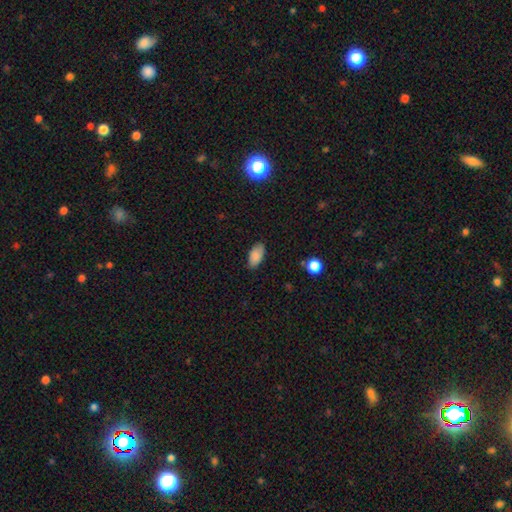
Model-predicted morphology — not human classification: A smooth galaxy with no disk features (87%) that is in between round and cigar-shaped (94%).

Vote fractions:
- Smooth or featured? smooth: 87% / star or artifact: 8% / featured or disk: 6%
- How rounded? in between: 94% / cigar-shaped: 3% / round: 3%
- Merging? none: 84% / minor disturbance: 12% / major disturbance: 2% / merger: 1%